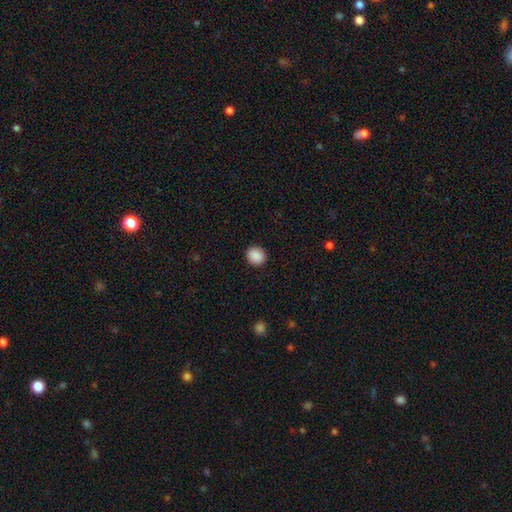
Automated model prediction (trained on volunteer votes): This is clearly a smooth galaxy (90%). How rounded: likely round (77%). Merging: clearly none (91%).